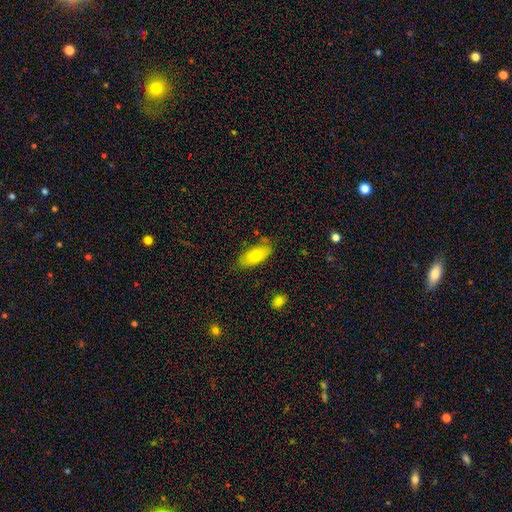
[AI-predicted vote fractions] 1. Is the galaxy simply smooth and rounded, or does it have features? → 75% smooth, 18% featured or disk, 7% star or artifact.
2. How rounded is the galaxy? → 87% in between, 11% cigar-shaped, 3% round.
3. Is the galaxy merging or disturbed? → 76% none, 16% minor disturbance, 4% merger, 3% major disturbance.